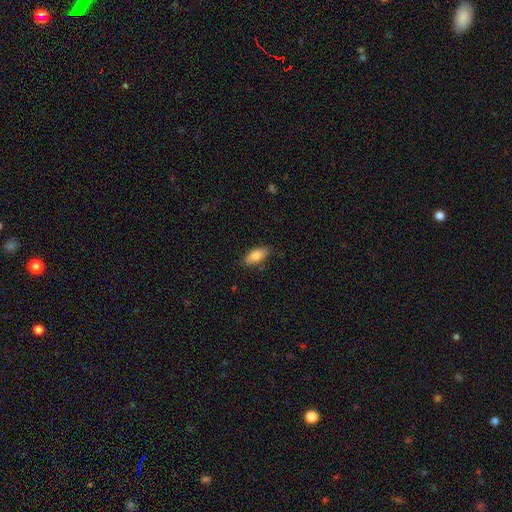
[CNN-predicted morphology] Overall: smooth (81%). How rounded: in between (84%). Merging: none (82%).